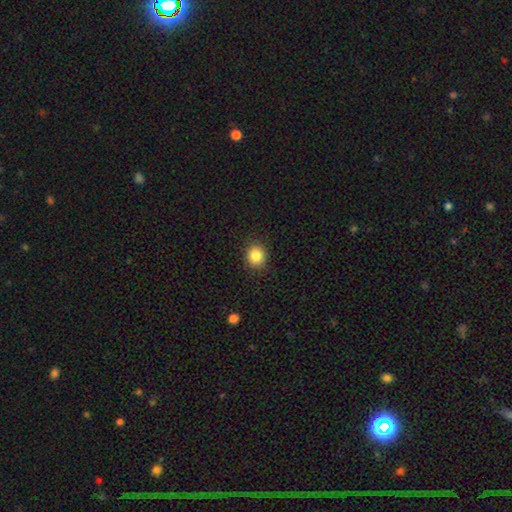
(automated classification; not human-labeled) smooth_or_featured: smooth (p=0.85) [alt: star or artifact p=0.10]
how_rounded: round (p=0.77) [alt: in between p=0.22]
merging: none (p=0.90) [alt: minor disturbance p=0.07]